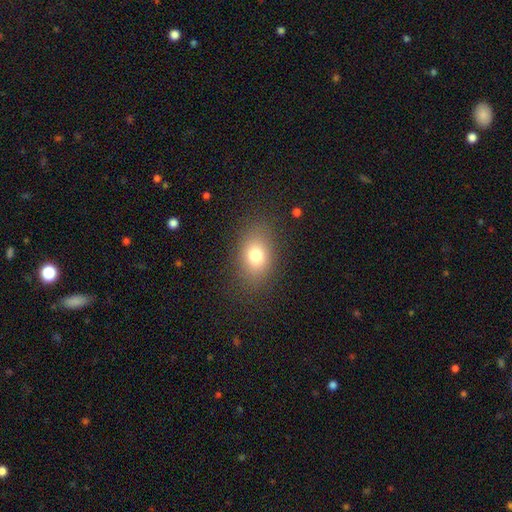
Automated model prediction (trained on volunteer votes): smooth 76%, star or artifact 12%, featured or disk 12%. Down the decision tree: how rounded — in between (75%); merging — none (82%).